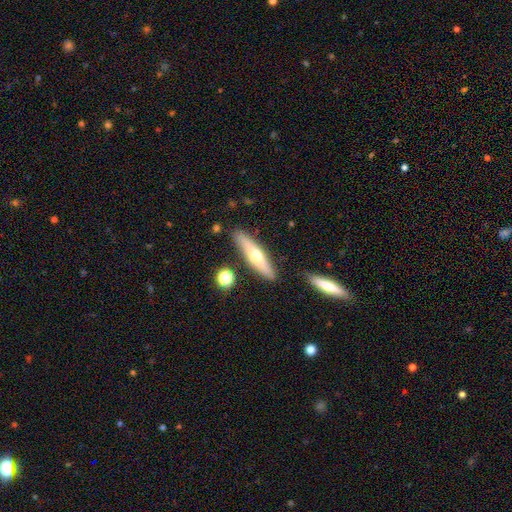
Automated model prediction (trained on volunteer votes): Overall: smooth (49%; featured or disk 45%). Merging: none (85%).